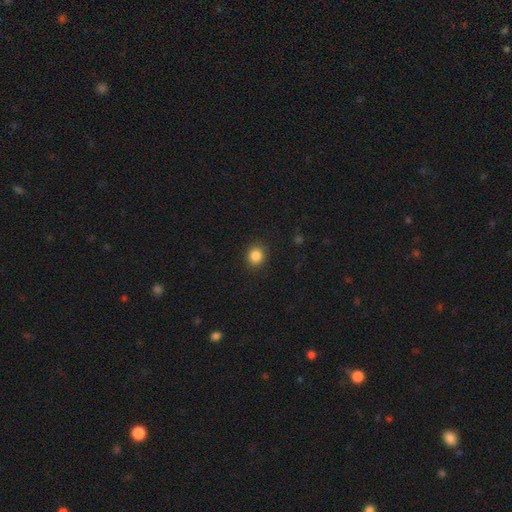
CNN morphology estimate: Smooth or featured? Predicted: smooth (p=0.86). How rounded? Predicted: round (p=0.78). Merging? Predicted: none (p=0.90).